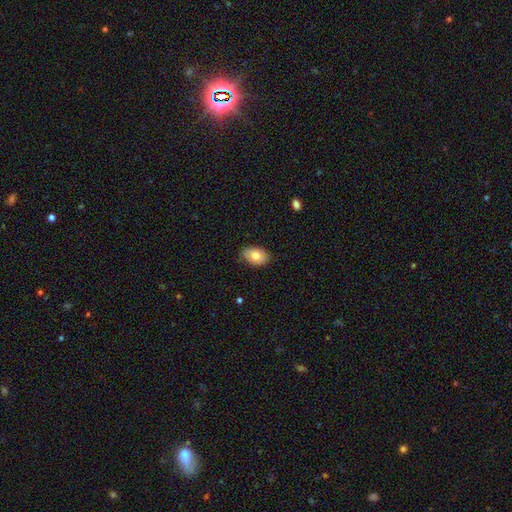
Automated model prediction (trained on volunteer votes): Smooth or featured? smooth (78%)
How rounded? in between (88%)
Merging? none (83%)